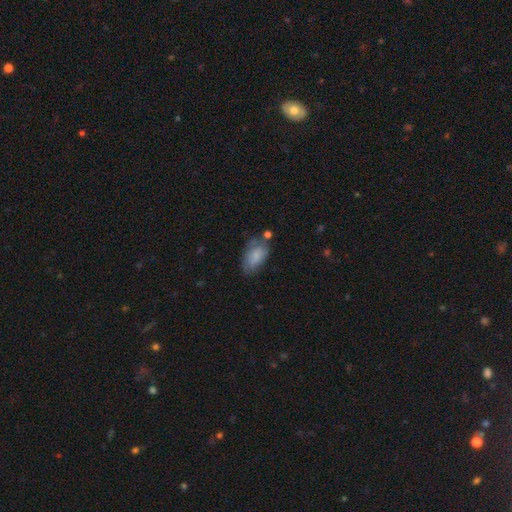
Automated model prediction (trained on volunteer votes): A smooth galaxy with no disk features (81%) that is in between round and cigar-shaped (93%).

Vote fractions:
- Smooth or featured? smooth: 81% / featured or disk: 12% / star or artifact: 7%
- How rounded? in between: 93% / round: 4% / cigar-shaped: 3%
- Merging? none: 56% / minor disturbance: 27% / major disturbance: 10% / merger: 7%